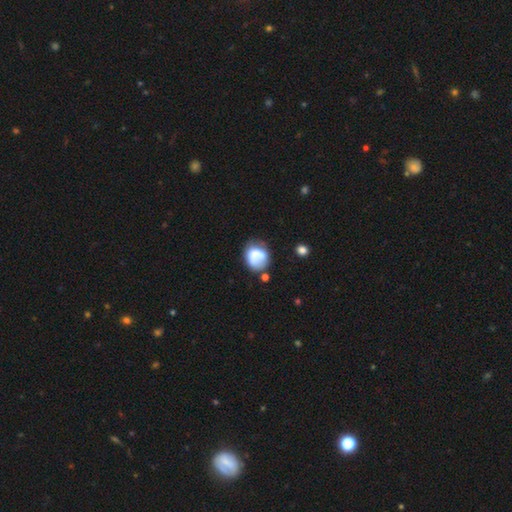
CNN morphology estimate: Smooth or featured? Predicted: smooth (p=0.66). How rounded? Predicted: round (p=0.69). Merging? Predicted: none (p=0.45).